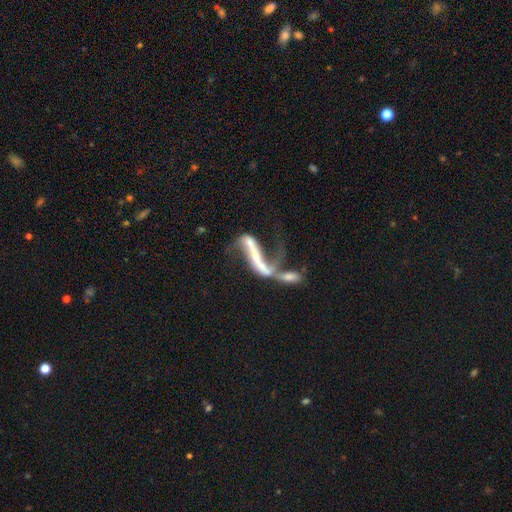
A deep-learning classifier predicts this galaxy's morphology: Overall: featured or disk (75%). Edge-on disk: no (74%). Bar: strong (47%; no 31%). Spiral arms: yes (71%). Bulge size: small (41%; none 33%). Merging: merger (56%; major disturbance 20%).